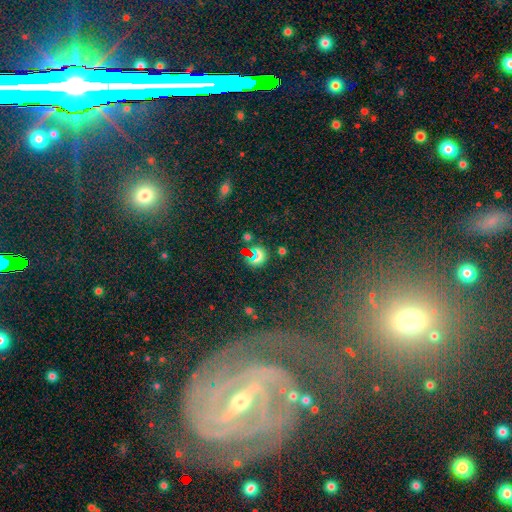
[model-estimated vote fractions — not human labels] Smooth or featured?
  - star or artifact: 64% *
  - smooth: 27%
  - featured or disk: 9%